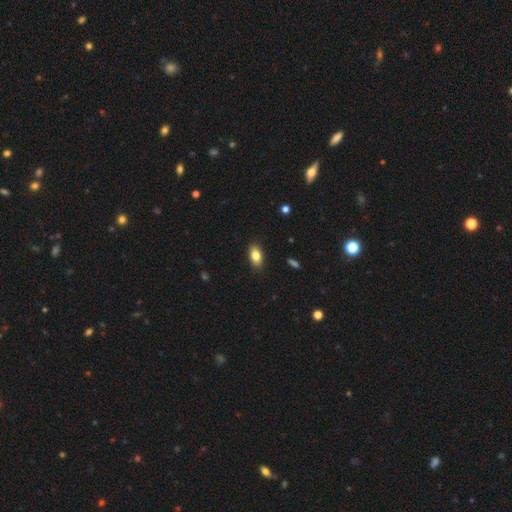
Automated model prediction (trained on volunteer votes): Morphology: type=smooth (82%); roundness=in between (89%); merging=none (88%).